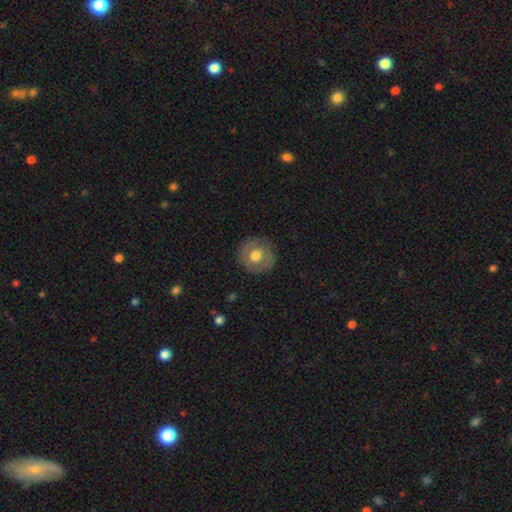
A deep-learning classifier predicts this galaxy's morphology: smooth 59%, featured or disk 34%, star or artifact 7%. Down the decision tree: how rounded — round (92%); merging — none (84%).